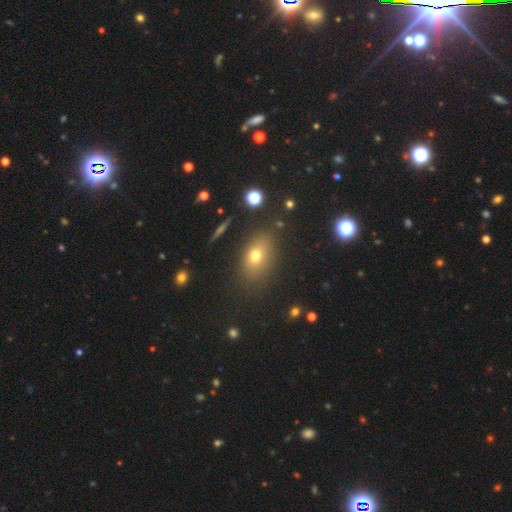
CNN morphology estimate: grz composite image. It shows a smooth galaxy with no disk features (68%) that is in between round and cigar-shaped (73%). Merging: none (82%).